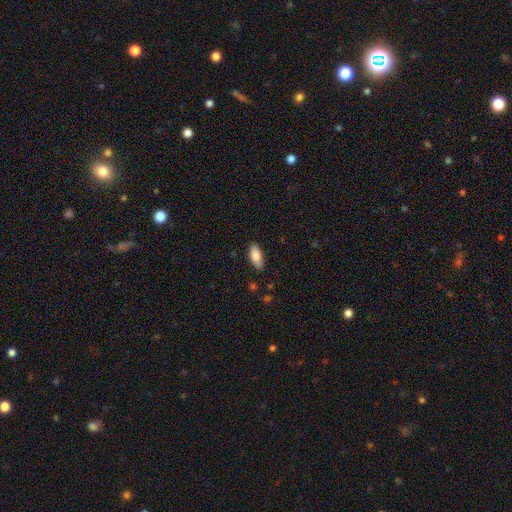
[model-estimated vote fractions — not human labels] Smooth or featured? smooth (85%)
How rounded? in between (84%)
Merging? none (85%)